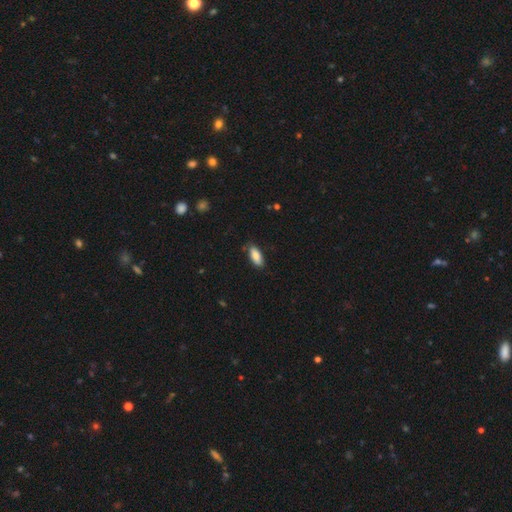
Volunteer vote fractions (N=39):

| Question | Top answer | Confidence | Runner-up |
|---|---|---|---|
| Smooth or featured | smooth | 82% | featured or disk (10%) |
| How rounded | in between | 75% | cigar-shaped (19%) |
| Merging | none | 64% | minor disturbance (28%) |